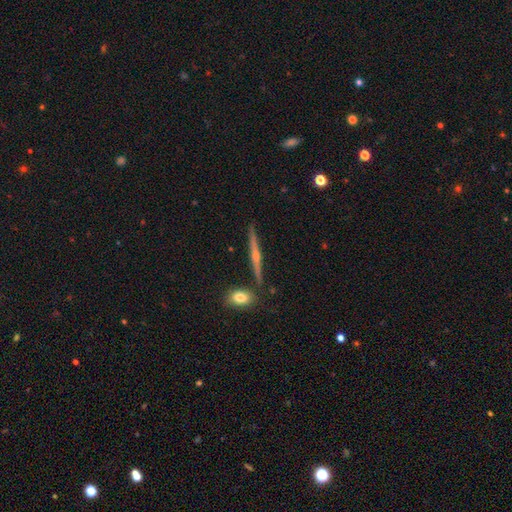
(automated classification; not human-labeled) featured or disk 77%, smooth 16%, star or artifact 6%. Down the decision tree: edge-on disk — yes (98%); edge-on bulge — rounded (84%); merging — none (87%).